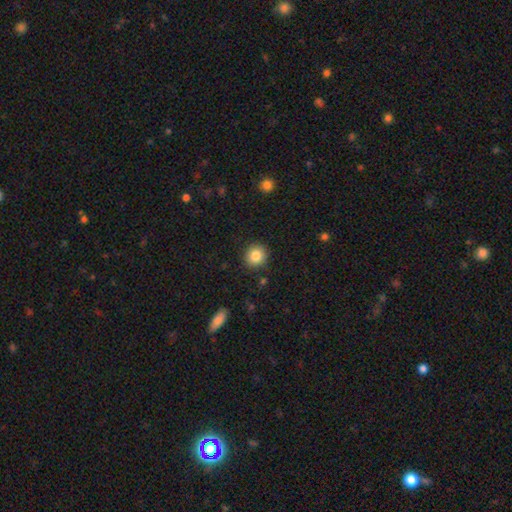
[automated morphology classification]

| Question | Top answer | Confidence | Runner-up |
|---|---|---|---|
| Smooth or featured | smooth | 84% | star or artifact (9%) |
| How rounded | round | 88% | in between (11%) |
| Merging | none | 90% | minor disturbance (7%) |